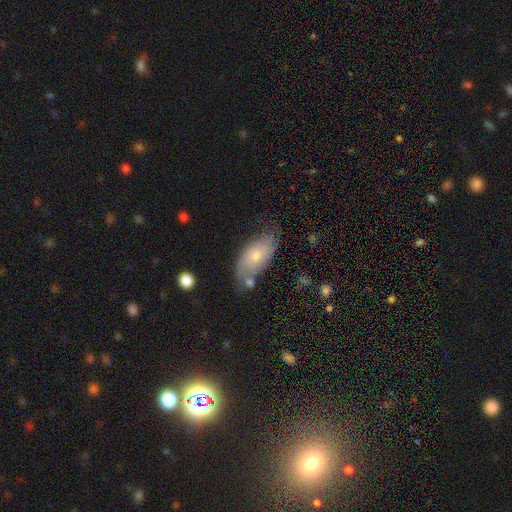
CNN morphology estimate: The model was most divided on "smooth or featured": smooth: 63%, featured or disk: 30%, star or artifact: 7%. More confident: how rounded — in between (90%); merging — none (62%).